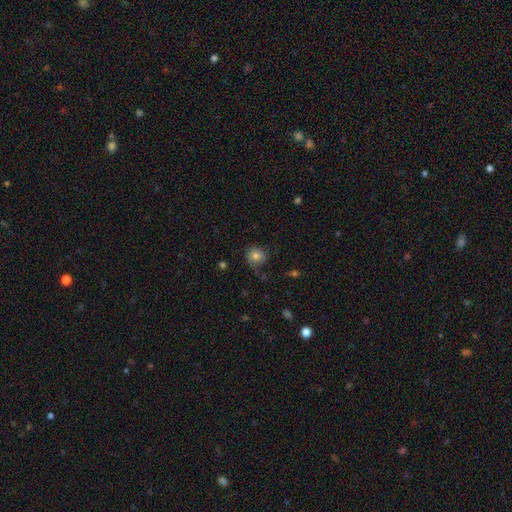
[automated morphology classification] Overall: smooth (77%). How rounded: round (87%). Merging: none (73%).